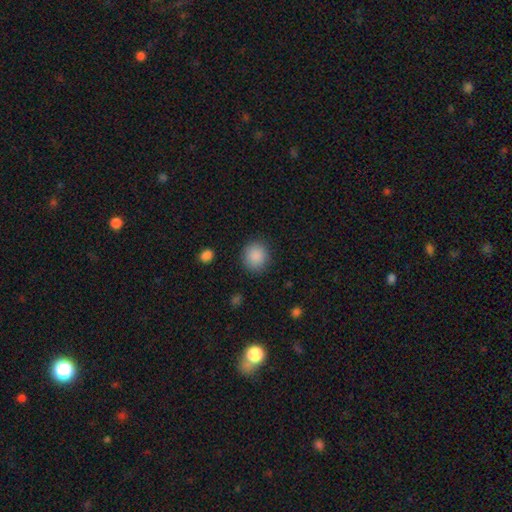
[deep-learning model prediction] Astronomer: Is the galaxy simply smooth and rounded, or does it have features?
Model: smooth — 89%.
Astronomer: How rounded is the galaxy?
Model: round — 86%.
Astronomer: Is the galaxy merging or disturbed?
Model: none — 88%.